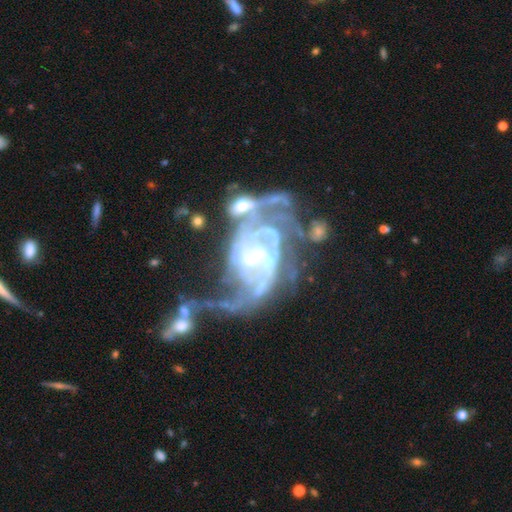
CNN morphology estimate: A featured or disk galaxy (89%) with a weak bar (42%), 2 (36%) tight (42%, tied with medium) spiral arms (94%) and a small central bulge (50%).

Vote fractions:
- Smooth or featured? featured or disk: 89% / star or artifact: 7% / smooth: 4%
- Edge-on disk? no: 97% / yes: 3%
- Bar? weak: 42% / no: 36% / strong: 22%
- Spiral arms? yes: 94% / no: 6%
- Spiral winding? tight: 42% (tied) / medium: 42% (tied) / loose: 16%
- Spiral arm count? 2: 36% / can't tell: 24% / 3: 17% / 4: 9% / 1: 7% / more than 4: 7%
- Bulge size? small: 50% / moderate: 28% / none: 16% / large: 5% / dominant: 2%
- Merging? major disturbance: 30% (tied) / merger: 30% (tied) / none: 25% / minor disturbance: 16%